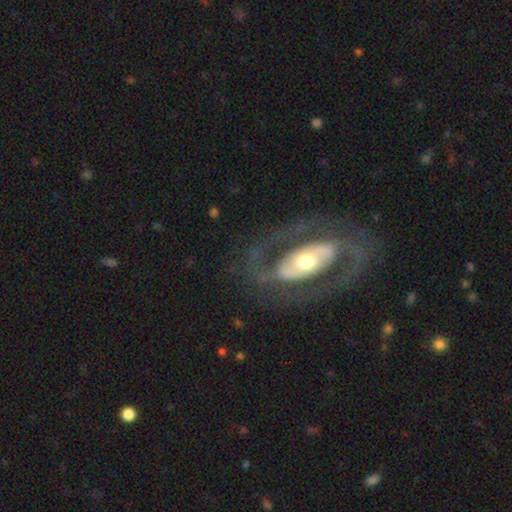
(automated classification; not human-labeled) Smooth or featured?
  - featured or disk: 85% *
  - smooth: 11%
  - star or artifact: 5%
Edge-on disk?
  - no: 93% *
  - yes: 7%
Bar?
  - no: 42% *
  - strong: 34%
  - weak: 24%
Spiral arms?
  - yes: 73% *
  - no: 27%
Spiral winding?
  - medium: 46% *
  - tight: 35%
  - loose: 19%
Spiral arm count?
  - 2: 87% *
  - can't tell: 7%
  - 1: 3%
  - 3: 2%
  - 4: 1%
  - more than 4: 1%
Bulge size?
  - moderate: 59% *
  - small: 23%
  - large: 15%
  - dominant: 2%
  - none: 1%
Merging?
  - none: 79% *
  - minor disturbance: 10%
  - major disturbance: 9%
  - merger: 1%